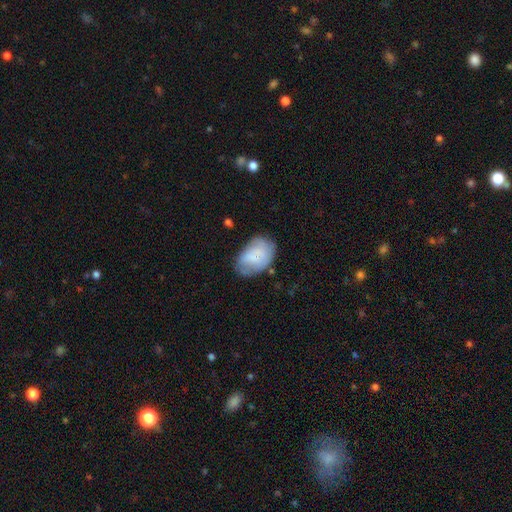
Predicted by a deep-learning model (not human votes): This appears to be a smooth galaxy with no disk features (67%) that is in between round and cigar-shaped (86%). Merging: none (56%).